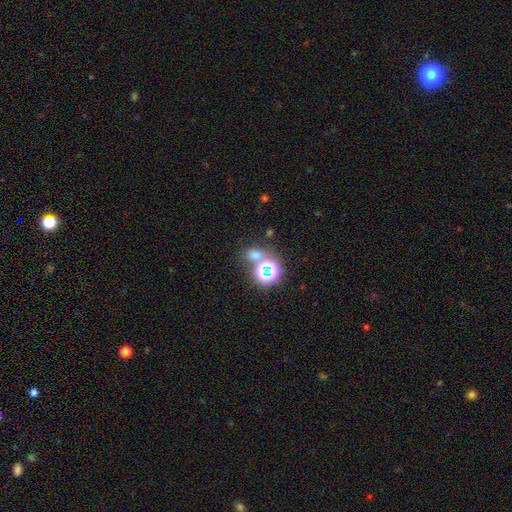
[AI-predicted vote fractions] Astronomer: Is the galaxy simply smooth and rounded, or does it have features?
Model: smooth — 54% (runner-up: star or artifact, 38%).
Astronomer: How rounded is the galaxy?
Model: round — 57% (runner-up: in between, 42%).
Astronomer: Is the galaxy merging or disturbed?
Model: none — 62%.